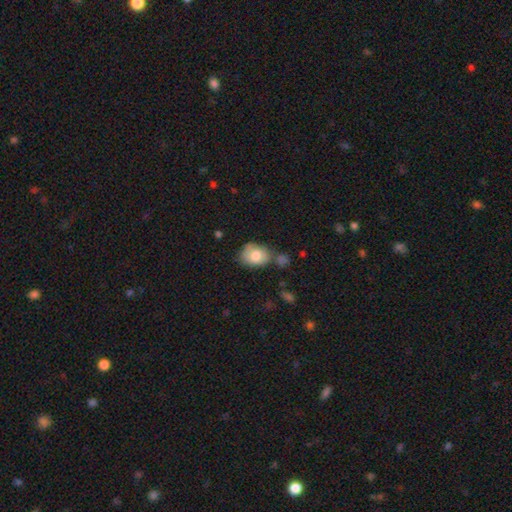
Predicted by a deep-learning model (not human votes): This is likely a smooth galaxy (75%). How rounded: likely in between (67%). Merging: possibly none (50%).